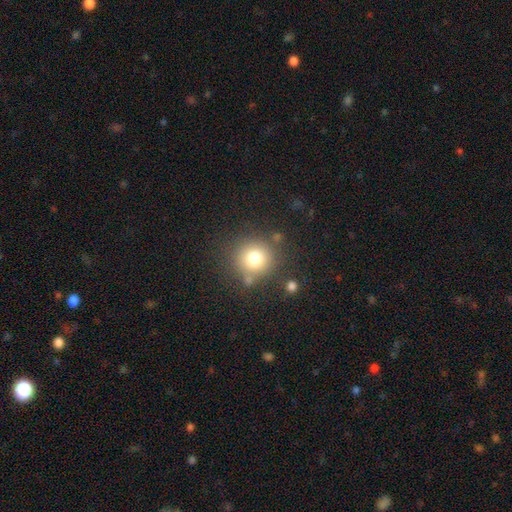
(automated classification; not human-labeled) A smooth galaxy with no disk features (58%) that is round (93%).

Vote fractions:
- Smooth or featured? smooth: 58% / star or artifact: 34% / featured or disk: 8%
- How rounded? round: 93% / in between: 6% / cigar-shaped: 1%
- Merging? none: 88% / minor disturbance: 7% / merger: 3% / major disturbance: 3%